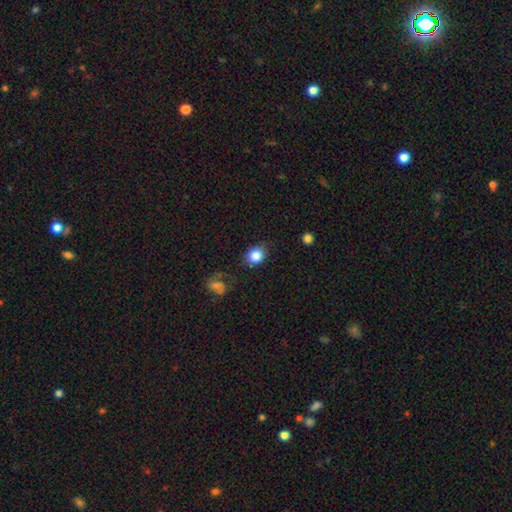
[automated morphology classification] This is clearly a smooth galaxy (84%). How rounded: possibly round (56%). Merging: likely none (74%).